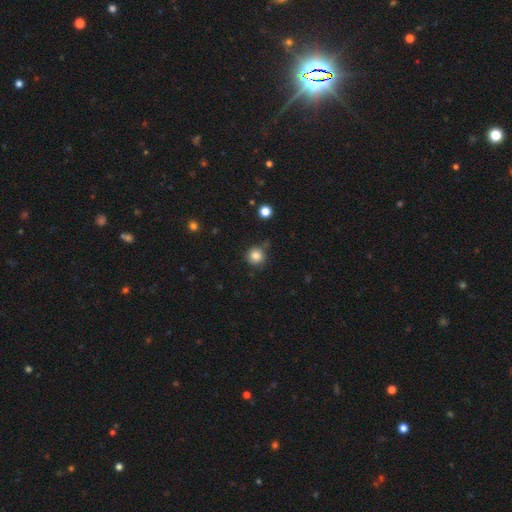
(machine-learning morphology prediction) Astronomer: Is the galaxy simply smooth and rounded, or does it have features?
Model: smooth — 83%.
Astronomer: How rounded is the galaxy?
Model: round — 92%.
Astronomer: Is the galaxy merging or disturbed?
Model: none — 73%.